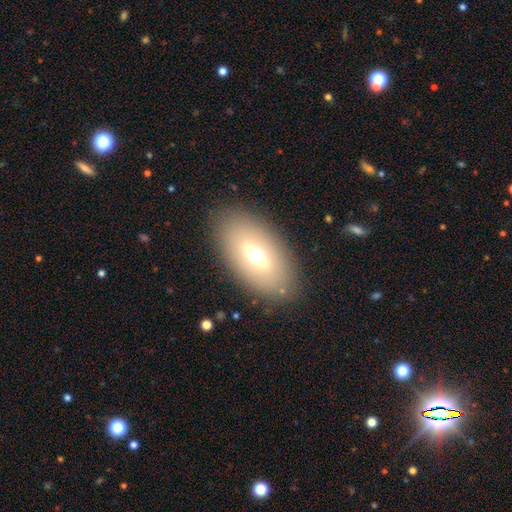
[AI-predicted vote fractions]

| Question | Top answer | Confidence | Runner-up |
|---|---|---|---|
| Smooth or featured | smooth | 54% | featured or disk (37%) |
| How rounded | in between | 91% | round (6%) |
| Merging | none | 84% | minor disturbance (10%) |